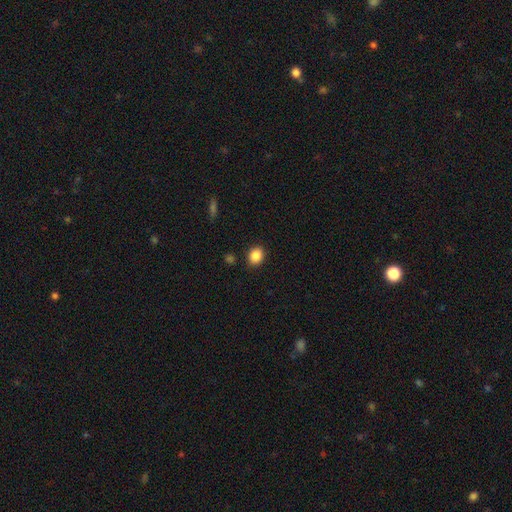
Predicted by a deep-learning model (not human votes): This is clearly a smooth galaxy (87%). How rounded: possibly round (58%). Merging: clearly none (88%).